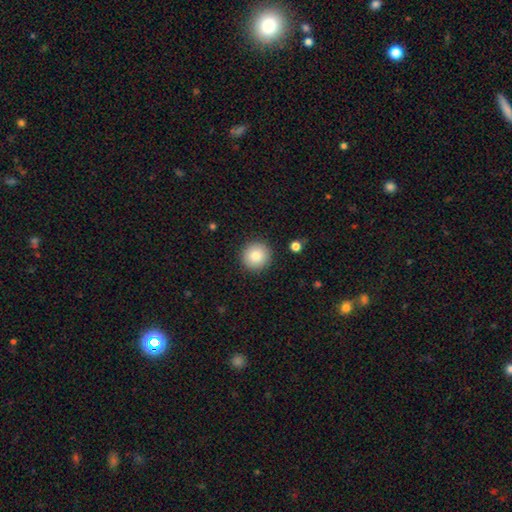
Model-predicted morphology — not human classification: A smooth galaxy with no disk features (84%) that is round (94%).

Vote fractions:
- Smooth or featured? smooth: 84% / star or artifact: 9% / featured or disk: 7%
- How rounded? round: 94% / in between: 5% / cigar-shaped: 1%
- Merging? none: 91% / minor disturbance: 6% / major disturbance: 2% / merger: 1%